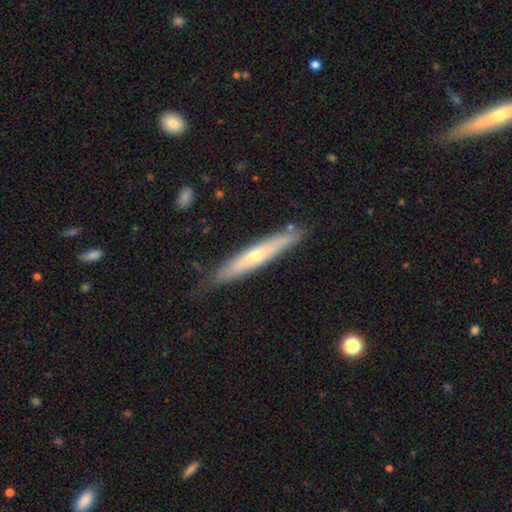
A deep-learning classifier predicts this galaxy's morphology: The model was most divided on "smooth or featured": featured or disk: 51%, smooth: 44%, star or artifact: 6%. More confident: edge-on disk — yes (83%); merging — none (81%).